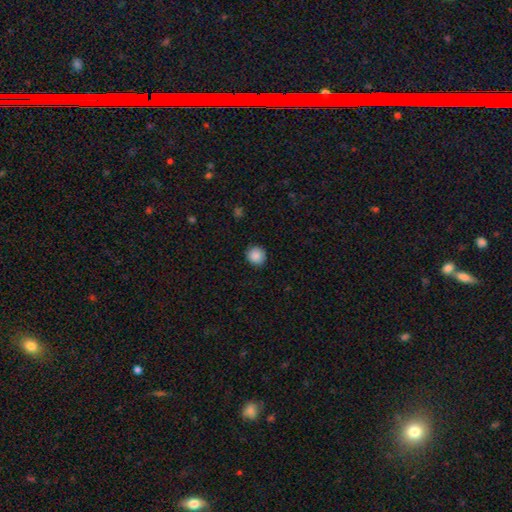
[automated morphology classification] Q: Smooth or featured?
A: smooth (88%); runner-up: star or artifact (9%)
Q: How rounded?
A: round (89%); runner-up: in between (10%)
Q: Merging?
A: none (88%); runner-up: minor disturbance (9%)